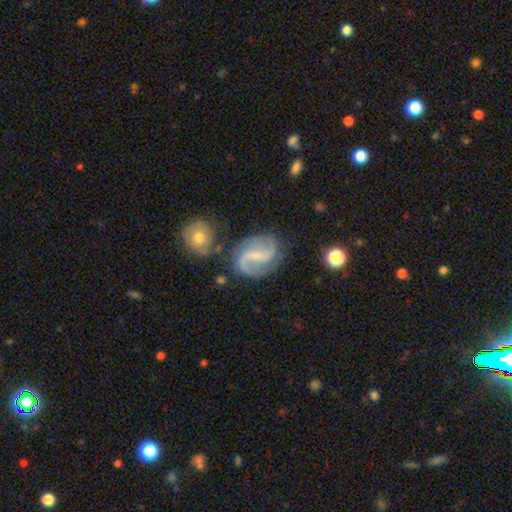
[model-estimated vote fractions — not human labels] A featured or disk galaxy (86%) with a weak bar (49%), 2 (91%) loose (52%) spiral arms (96%) and a small central bulge (62%).

Vote fractions:
- Smooth or featured? featured or disk: 86% / smooth: 8% / star or artifact: 5%
- Edge-on disk? no: 98% / yes: 2%
- Bar? weak: 49% / strong: 30% / no: 21%
- Spiral arms? yes: 96% / no: 4%
- Spiral winding? loose: 52% / medium: 38% / tight: 10%
- Spiral arm count? 2: 91% / can't tell: 3% / 1: 2% / 3: 2% / 4: 1% / more than 4: 1%
- Bulge size? small: 62% / moderate: 21% / none: 14% / large: 1% / dominant: 1%
- Merging? none: 75% / minor disturbance: 15% / major disturbance: 6% / merger: 5%